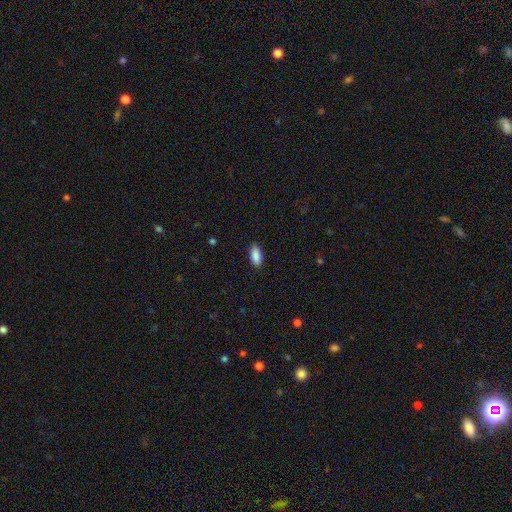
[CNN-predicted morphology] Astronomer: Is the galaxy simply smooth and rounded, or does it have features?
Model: smooth — 90%.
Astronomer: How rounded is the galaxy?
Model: in between — 91%.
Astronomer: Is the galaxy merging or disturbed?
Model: none — 89%.